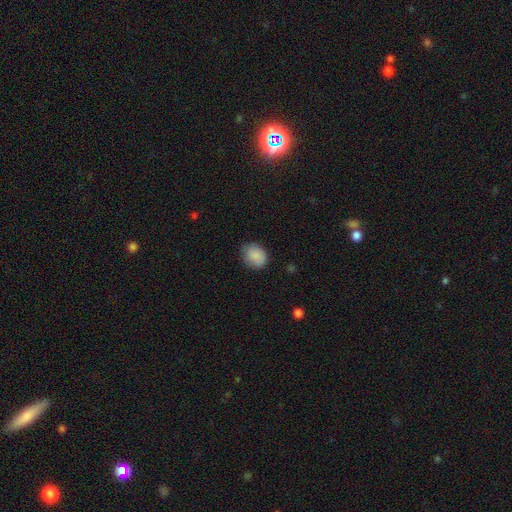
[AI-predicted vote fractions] Morphology: type=smooth (87%); roundness=round (52%); merging=none (73%).